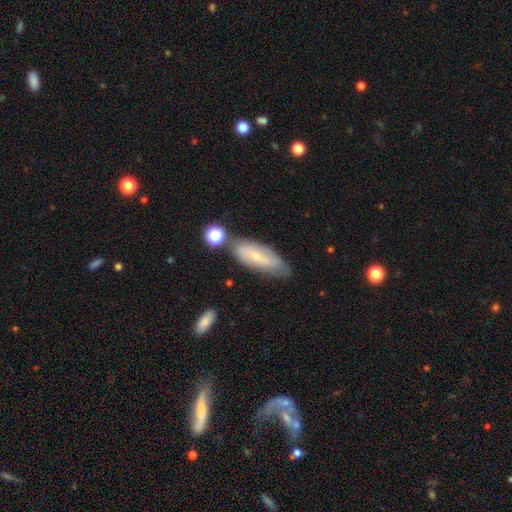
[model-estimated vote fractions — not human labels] featured or disk 48%, smooth 45%, star or artifact 8%. Down the decision tree: merging — none (62%).